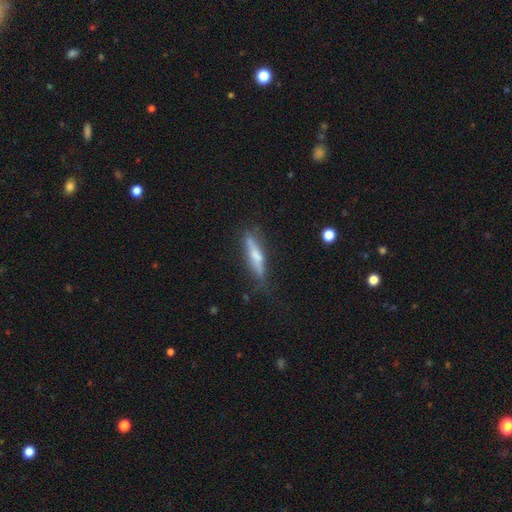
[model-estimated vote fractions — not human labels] Smooth or featured? Predicted: smooth (p=0.49). Merging? Predicted: none (p=0.76).